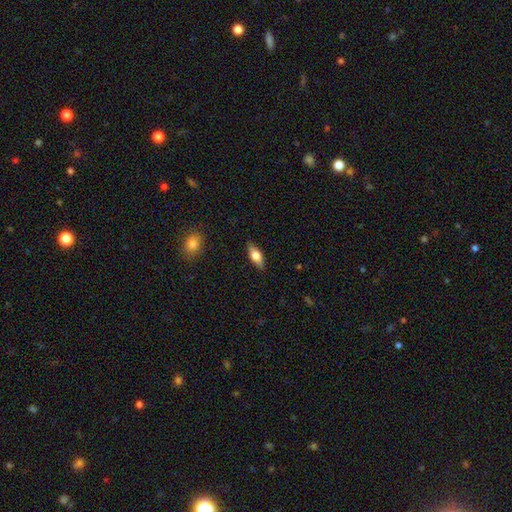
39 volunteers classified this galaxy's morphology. Smooth or featured: smooth — 56% (featured or disk — 41%)
How rounded: in between — 73% (round — 18%)
Merging: none — 84% (minor disturbance — 11%)